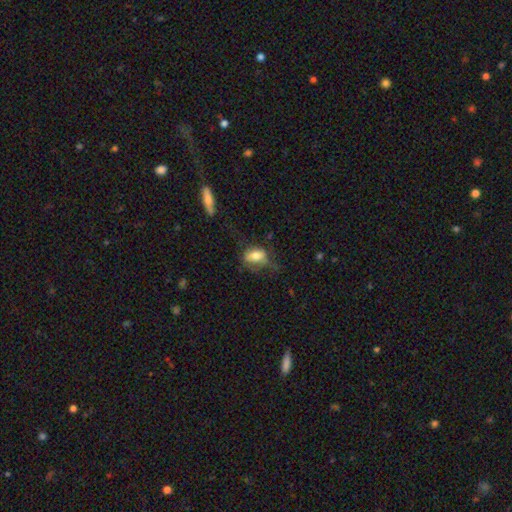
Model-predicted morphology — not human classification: A smooth galaxy with no disk features (71%) that is in between round and cigar-shaped (80%). Merging: none (39%).